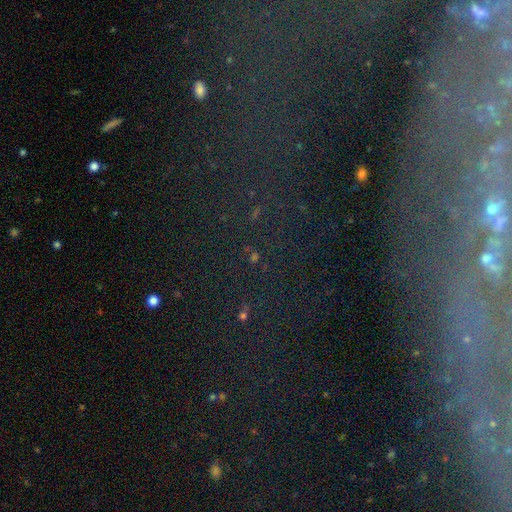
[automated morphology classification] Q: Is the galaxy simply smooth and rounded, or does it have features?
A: star or artifact — 71%.